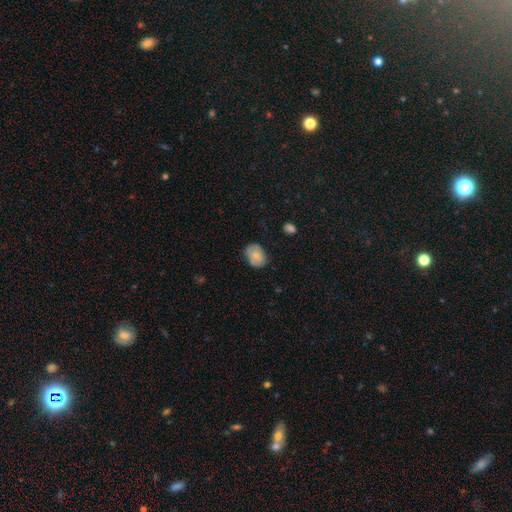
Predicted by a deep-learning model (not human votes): Morphology: type=smooth (73%); roundness=in between (70%); merging=none (68%).